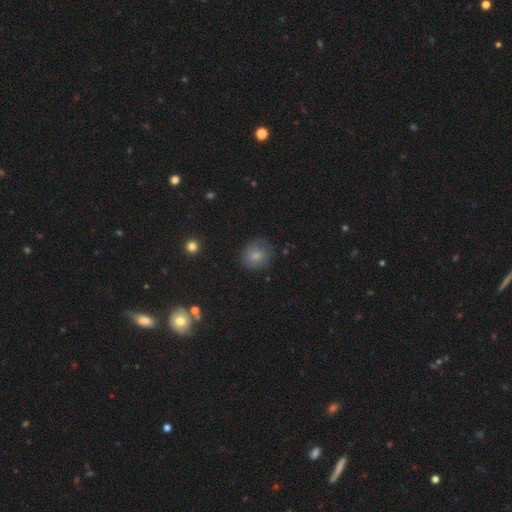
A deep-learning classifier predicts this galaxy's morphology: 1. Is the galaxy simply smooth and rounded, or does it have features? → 79% smooth, 11% featured or disk, 10% star or artifact.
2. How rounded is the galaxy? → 80% round, 19% in between, 1% cigar-shaped.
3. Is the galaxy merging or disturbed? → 74% none, 19% minor disturbance, 5% major disturbance, 1% merger.